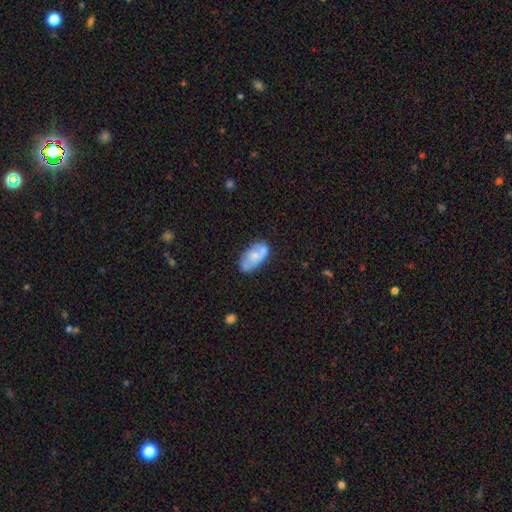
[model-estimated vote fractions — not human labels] Smooth or featured? smooth (61%)
How rounded? in between (93%)
Merging? none (51%)